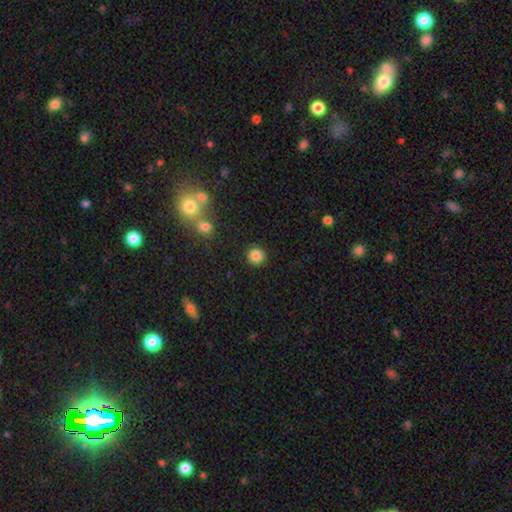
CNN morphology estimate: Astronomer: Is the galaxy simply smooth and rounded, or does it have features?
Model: smooth — 84%.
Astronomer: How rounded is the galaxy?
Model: round — 89%.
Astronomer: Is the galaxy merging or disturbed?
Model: none — 90%.